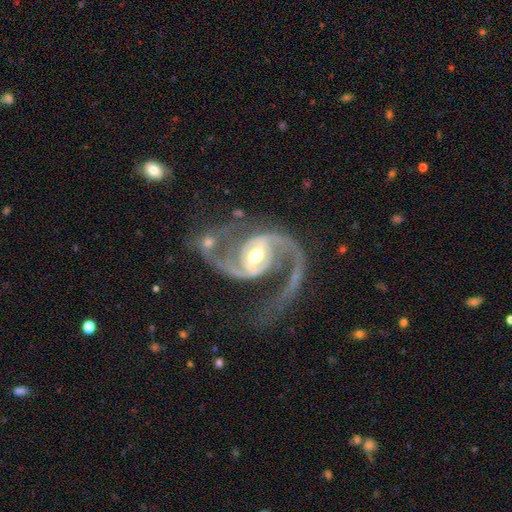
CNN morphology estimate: This is clearly a featured or disk galaxy (93%). It is clearly not viewed edge-on (98%). Bar: marginally weak (43%). Spiral arm pattern: clearly yes (98%). Spiral arm count: clearly 2 (91%). Spiral winding: possibly medium (51%). Central bulge: likely moderate (67%). Merging: possibly none (53%).